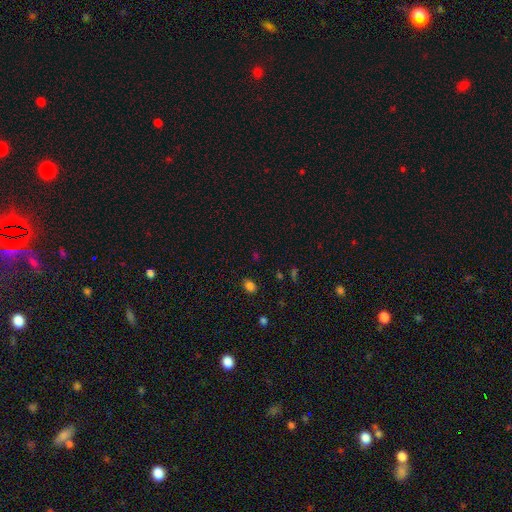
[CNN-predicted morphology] smooth-or-featured: smooth: 60% | star or artifact: 34% | featured or disk: 6%
  how-rounded: in between: 59% | round: 38% | cigar-shaped: 3%
  merging: none: 81% | minor disturbance: 12% | major disturbance: 4% | merger: 3%